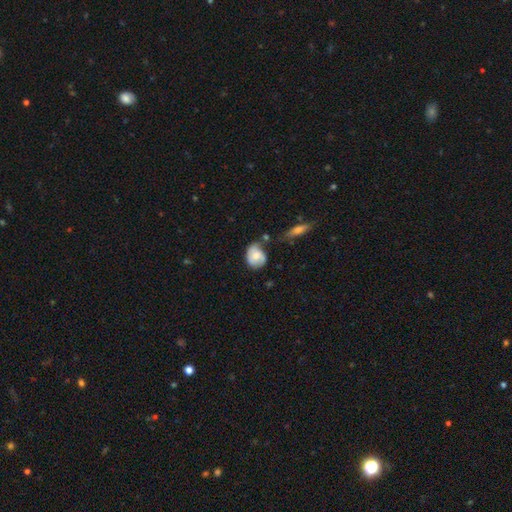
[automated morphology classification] A smooth galaxy with no disk features (61%) that is in between round and cigar-shaped (50%).

Vote fractions:
- Smooth or featured? smooth: 61% / featured or disk: 32% / star or artifact: 7%
- How rounded? in between: 50% / round: 48% / cigar-shaped: 2%
- Merging? none: 51% / minor disturbance: 30% / merger: 10% / major disturbance: 8%